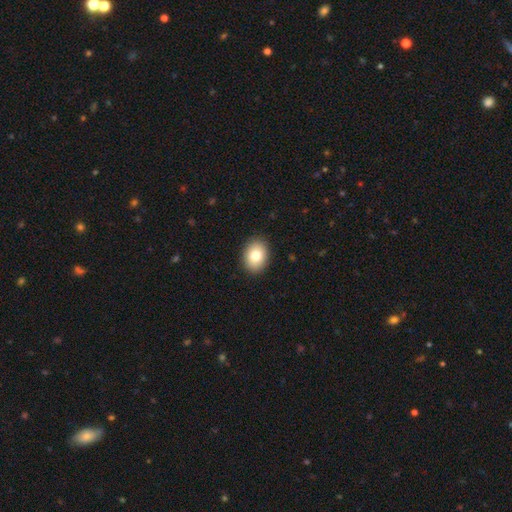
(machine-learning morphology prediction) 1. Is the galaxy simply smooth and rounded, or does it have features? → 81% smooth, 11% featured or disk, 8% star or artifact.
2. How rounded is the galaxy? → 68% in between, 31% round, 1% cigar-shaped.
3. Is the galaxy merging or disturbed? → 90% none, 7% minor disturbance, 2% major disturbance, 1% merger.